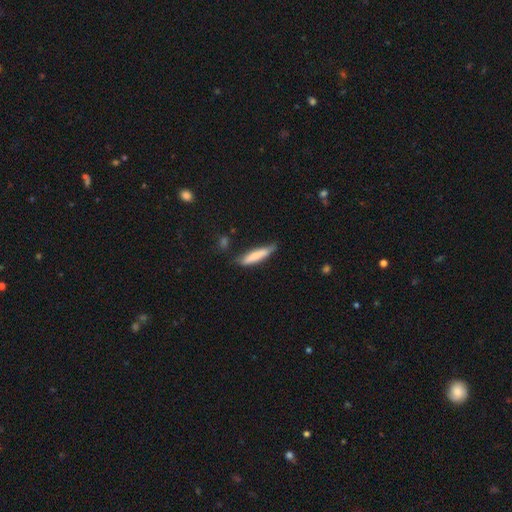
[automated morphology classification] Smooth or featured? smooth (74%)
How rounded? cigar-shaped (83%)
Merging? none (64%)